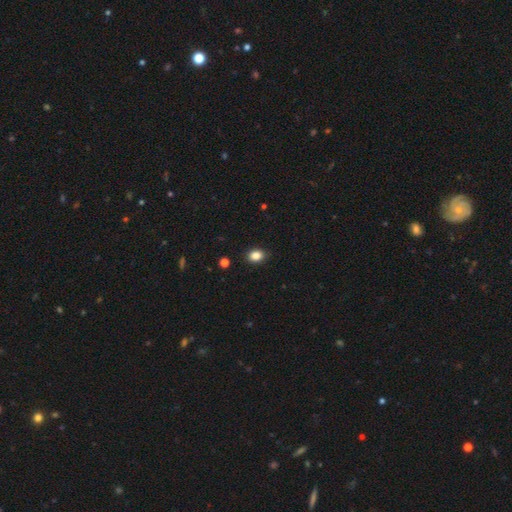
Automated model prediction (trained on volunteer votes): smooth-or-featured: smooth: 85% | star or artifact: 10% | featured or disk: 4%
  how-rounded: in between: 63% | round: 36% | cigar-shaped: 1%
  merging: none: 88% | minor disturbance: 9% | major disturbance: 2% | merger: 1%